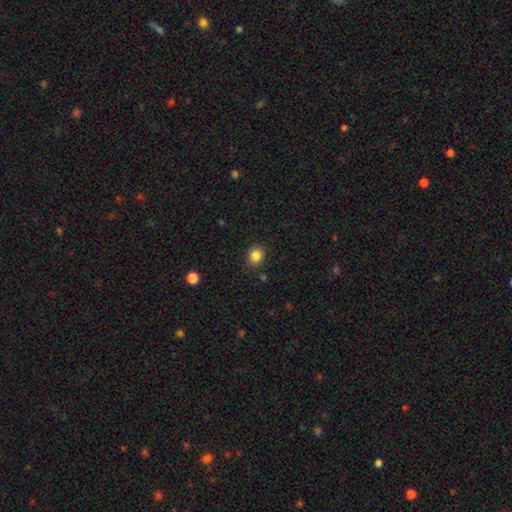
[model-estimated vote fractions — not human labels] Smooth or featured: smooth — 85% (star or artifact — 11%)
How rounded: round — 76% (in between — 23%)
Merging: none — 88% (minor disturbance — 8%)